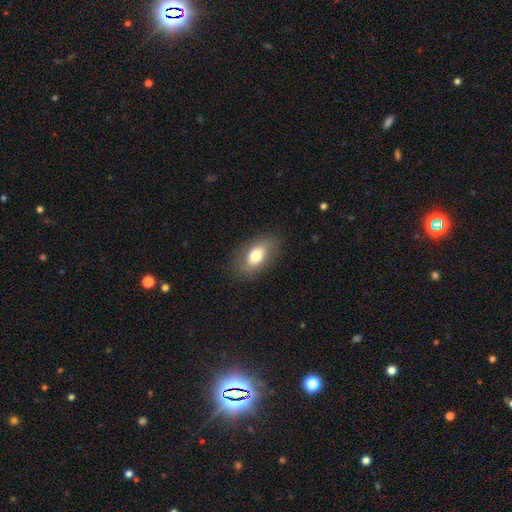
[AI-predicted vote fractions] A smooth galaxy with no disk features (74%) that is in between round and cigar-shaped (88%).

Vote fractions:
- Smooth or featured? smooth: 74% / featured or disk: 19% / star or artifact: 7%
- How rounded? in between: 88% / round: 8% / cigar-shaped: 4%
- Merging? none: 83% / minor disturbance: 12% / major disturbance: 4% / merger: 1%